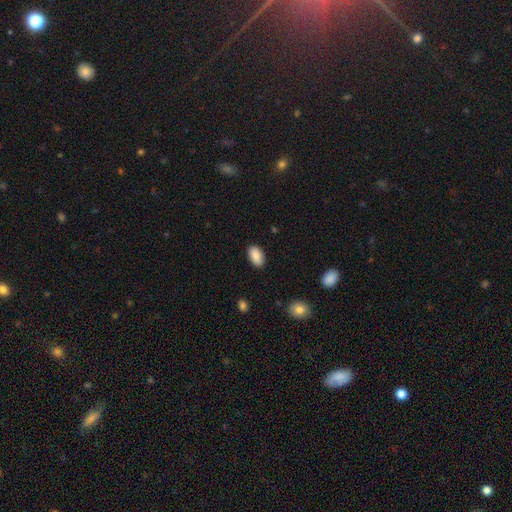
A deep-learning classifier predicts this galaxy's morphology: Overall: smooth (88%). How rounded: in between (93%). Merging: none (88%).